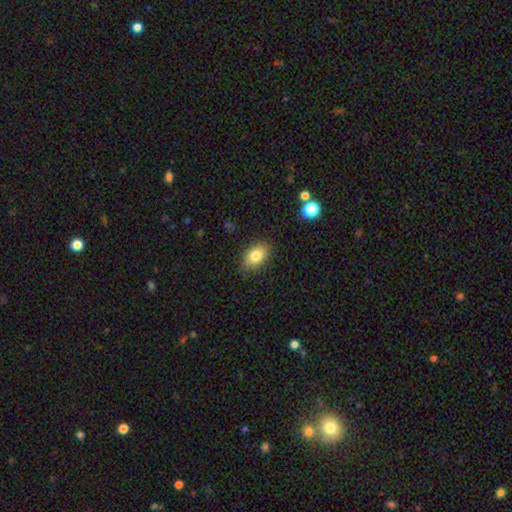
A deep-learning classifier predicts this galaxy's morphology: Smooth or featured: smooth — 81% (featured or disk — 10%)
How rounded: in between — 88% (round — 10%)
Merging: none — 85% (minor disturbance — 11%)